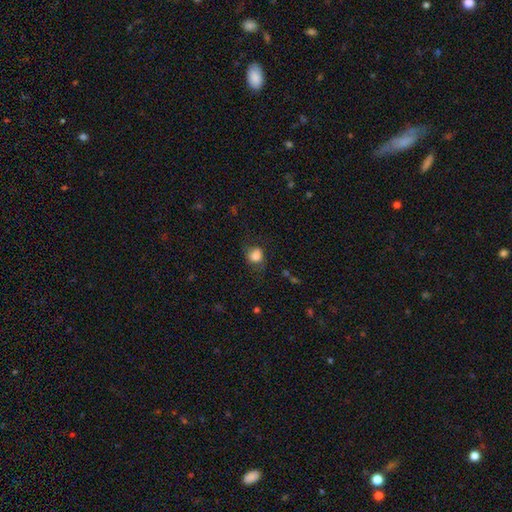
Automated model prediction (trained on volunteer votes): Q: Smooth or featured?
A: smooth (81%); runner-up: star or artifact (9%)
Q: How rounded?
A: round (55%); runner-up: in between (43%)
Q: Merging?
A: none (59%); runner-up: minor disturbance (26%)